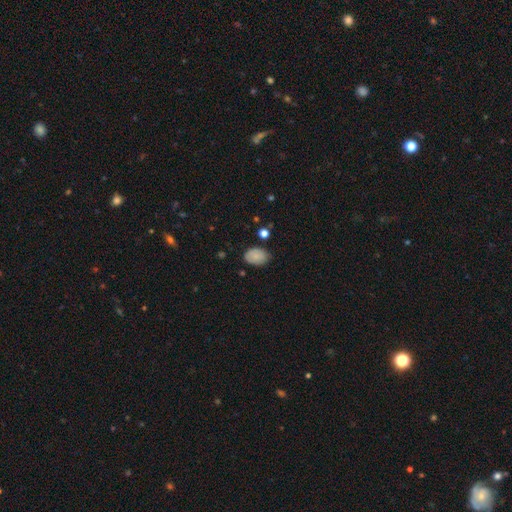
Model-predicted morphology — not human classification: Overall: smooth (84%). How rounded: in between (84%). Merging: none (79%).